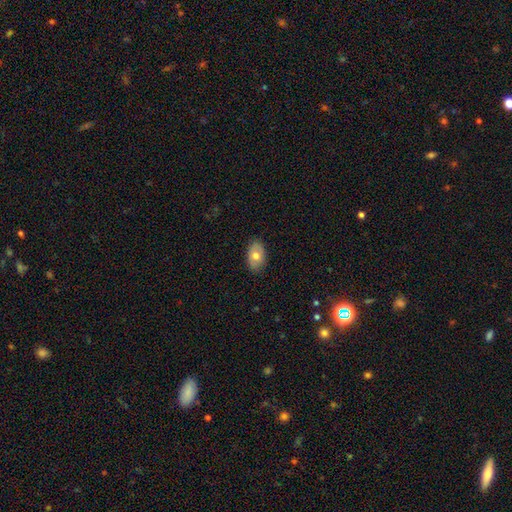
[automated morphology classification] Q: Smooth or featured?
A: smooth (68%); runner-up: featured or disk (25%)
Q: How rounded?
A: in between (90%); runner-up: round (9%)
Q: Merging?
A: none (84%); runner-up: minor disturbance (13%)